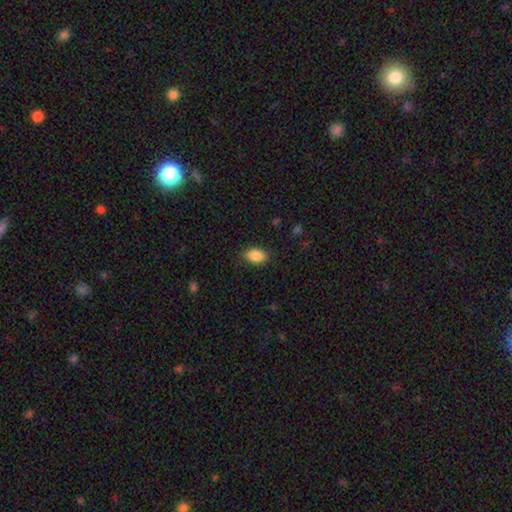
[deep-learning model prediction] Morphology: type=smooth (88%); roundness=in between (90%); merging=none (85%).